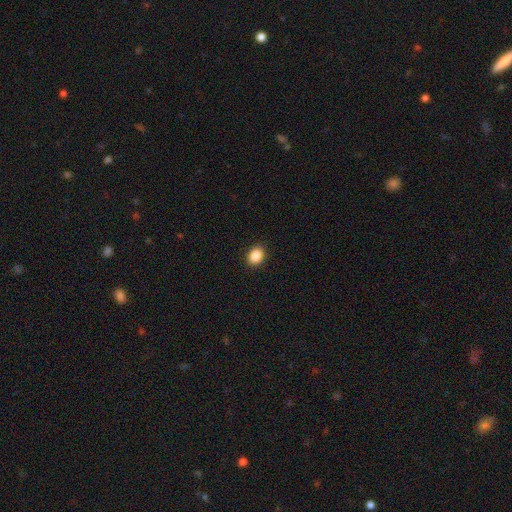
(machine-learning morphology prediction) Smooth or featured?
  - smooth: 87% *
  - star or artifact: 9%
  - featured or disk: 4%
How rounded?
  - in between: 55% *
  - round: 44%
  - cigar-shaped: 1%
Merging?
  - none: 91% *
  - minor disturbance: 6%
  - major disturbance: 2%
  - merger: 1%